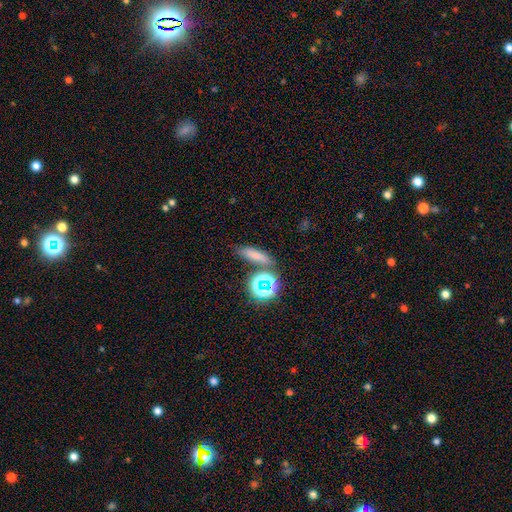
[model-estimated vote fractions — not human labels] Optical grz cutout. It shows a smooth galaxy with no disk features (66%) that is cigar-shaped (48%). Merging: none (72%).